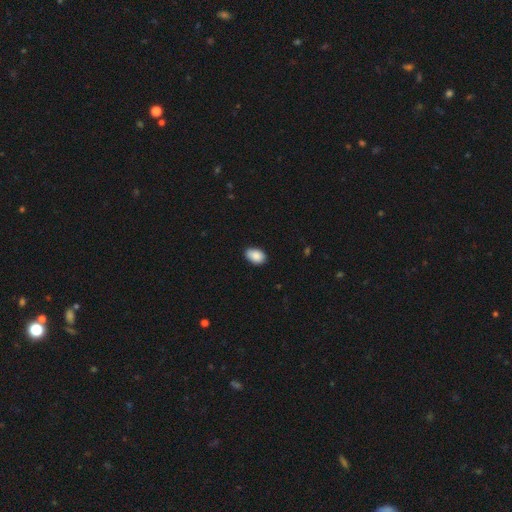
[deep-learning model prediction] Smooth or featured? Predicted: smooth (p=0.89). How rounded? Predicted: in between (p=0.88). Merging? Predicted: none (p=0.81).